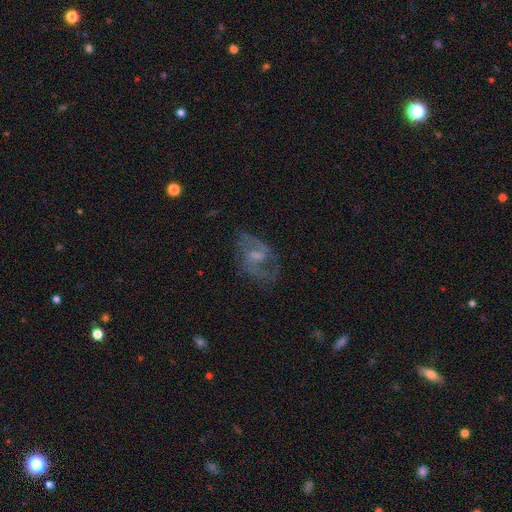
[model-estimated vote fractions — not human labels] A featured or disk galaxy (74%) with a weak bar (55%), 2 (76%) medium (48%) spiral arms (82%) and a small central bulge (41%).

Vote fractions:
- Smooth or featured? featured or disk: 74% / smooth: 17% / star or artifact: 8%
- Edge-on disk? no: 96% / yes: 4%
- Bar? weak: 55% / no: 28% / strong: 17%
- Spiral arms? yes: 82% / no: 18%
- Spiral winding? medium: 48% / loose: 35% / tight: 16%
- Spiral arm count? 2: 76% / can't tell: 14% / 1: 4% / 3: 3% / 4: 1% / more than 4: 1%
- Bulge size? small: 41% / moderate: 28% / none: 26% / large: 4% / dominant: 1%
- Merging? none: 62% / minor disturbance: 19% / major disturbance: 17% / merger: 2%